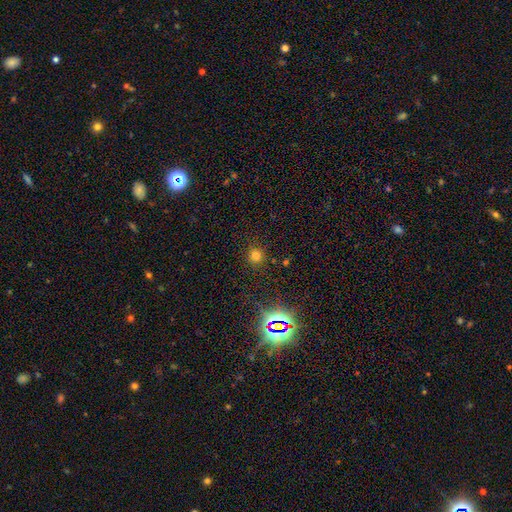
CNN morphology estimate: Smooth or featured? Predicted: smooth (p=0.71). How rounded? Predicted: round (p=0.91). Merging? Predicted: none (p=0.87).